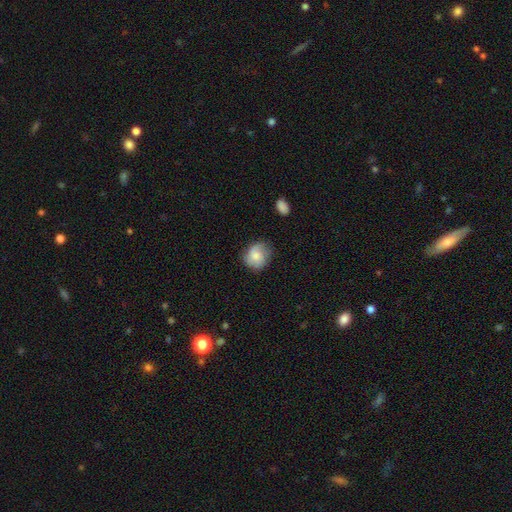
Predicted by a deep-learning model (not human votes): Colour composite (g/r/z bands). It shows a smooth galaxy with no disk features (61%) that is round (71%). Merging: none (65%).